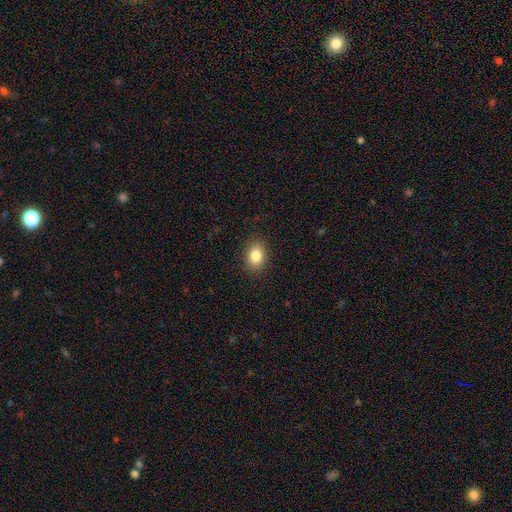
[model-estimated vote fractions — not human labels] Smooth or featured? smooth (84%)
How rounded? in between (72%)
Merging? none (89%)